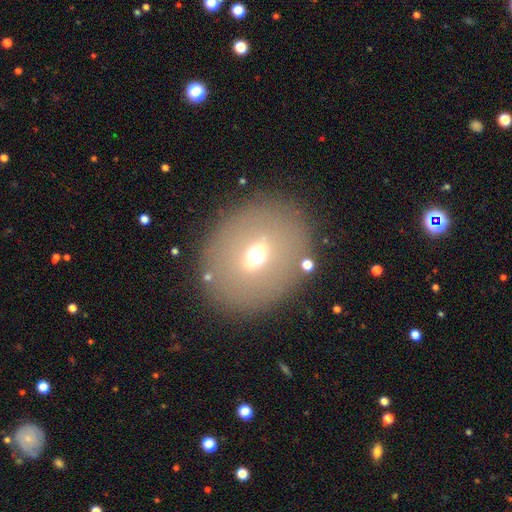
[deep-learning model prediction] Smooth or featured? smooth (50%)
Merging? none (82%)